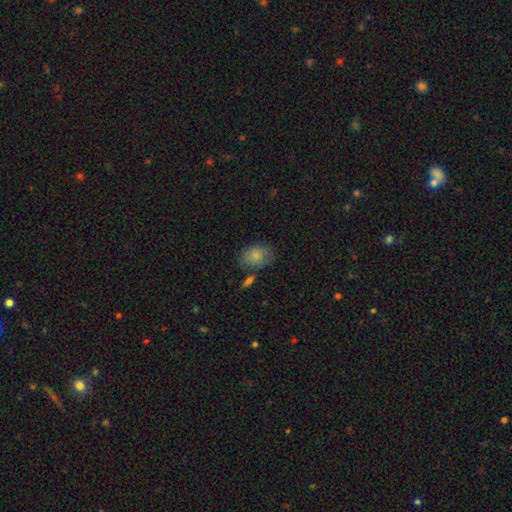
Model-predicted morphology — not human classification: Q: Smooth or featured?
A: smooth (79%); runner-up: featured or disk (14%)
Q: How rounded?
A: in between (70%); runner-up: round (29%)
Q: Merging?
A: none (62%); runner-up: minor disturbance (22%)